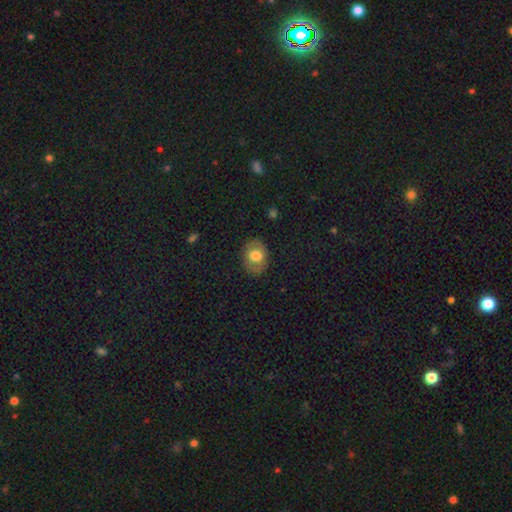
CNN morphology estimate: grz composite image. It shows a smooth galaxy with no disk features (67%) that is in between round and cigar-shaped (54%). Merging: none (82%).